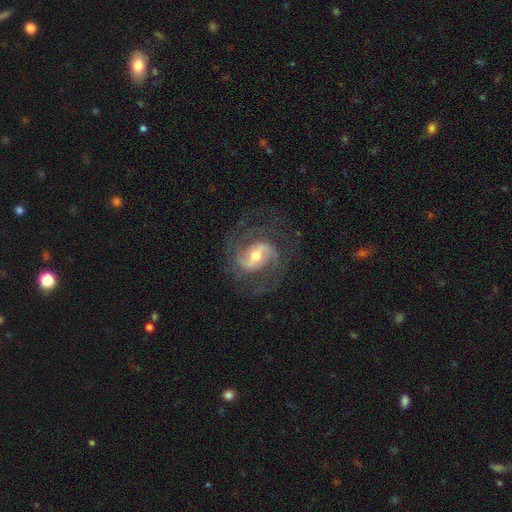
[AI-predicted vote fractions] A featured or disk galaxy (88%) with a weak bar (45%), 2 (74%) medium (53%) spiral arms (96%) and a moderate central bulge (58%). Merging: none (70%).